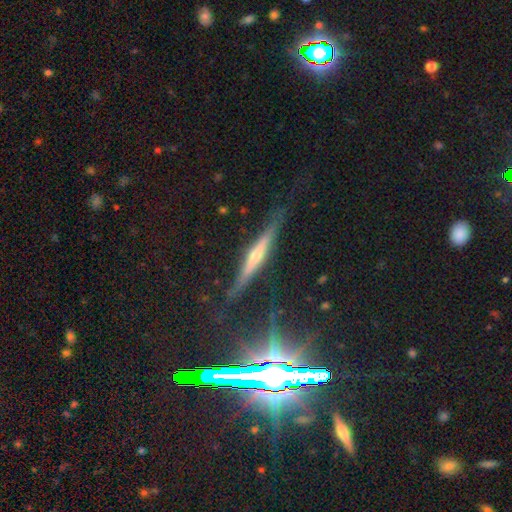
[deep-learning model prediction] Smooth or featured?
  - featured or disk: 66% *
  - smooth: 17%
  - star or artifact: 17%
Edge-on disk?
  - yes: 96% *
  - no: 4%
Edge-on bulge?
  - rounded: 69% *
  - none: 21%
  - boxy: 10%
Merging?
  - none: 82% *
  - minor disturbance: 13%
  - major disturbance: 3%
  - merger: 2%